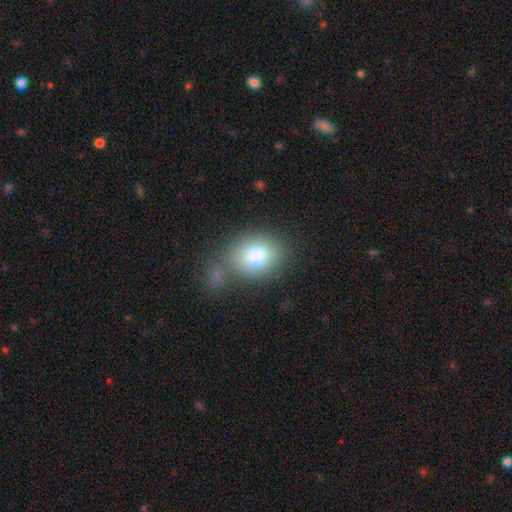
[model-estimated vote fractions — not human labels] smooth 80%, featured or disk 11%, star or artifact 9%. Down the decision tree: how rounded — in between (56%); merging — none (56%).